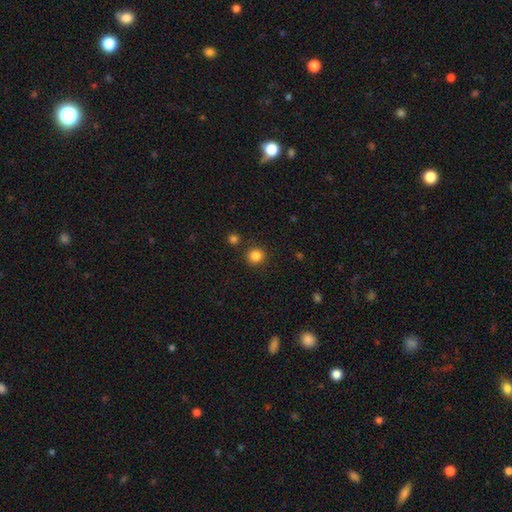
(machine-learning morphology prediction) Q: Smooth or featured?
A: smooth (84%); runner-up: star or artifact (12%)
Q: How rounded?
A: round (91%); runner-up: in between (8%)
Q: Merging?
A: none (86%); runner-up: minor disturbance (7%)